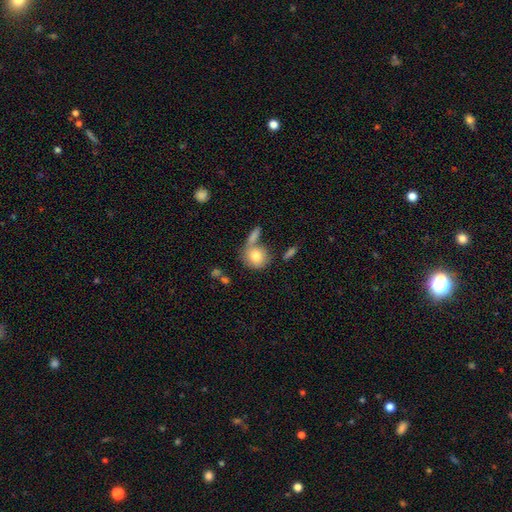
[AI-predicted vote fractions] Smooth or featured? smooth (79%)
How rounded? round (80%)
Merging? none (51%)